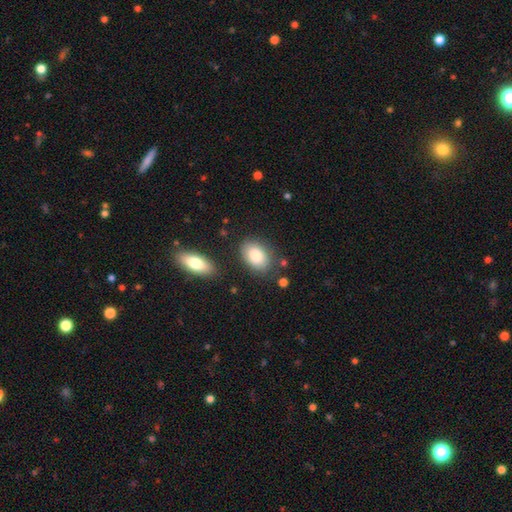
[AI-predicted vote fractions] This is clearly a smooth galaxy (84%). How rounded: clearly in between (86%). Merging: likely none (79%).